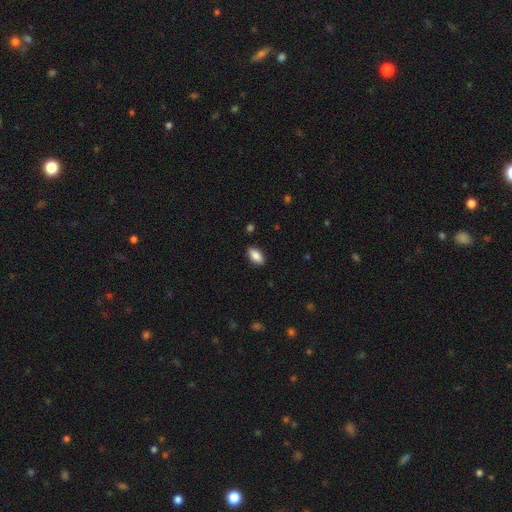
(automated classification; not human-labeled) Q: Smooth or featured?
A: smooth (87%); runner-up: star or artifact (7%)
Q: How rounded?
A: in between (91%); runner-up: cigar-shaped (7%)
Q: Merging?
A: none (88%); runner-up: minor disturbance (9%)